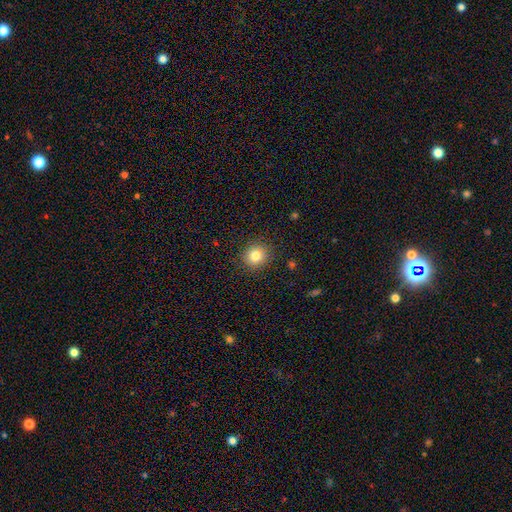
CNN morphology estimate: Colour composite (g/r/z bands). It shows a smooth galaxy with no disk features (82%) that is round (89%). Merging: none (89%).